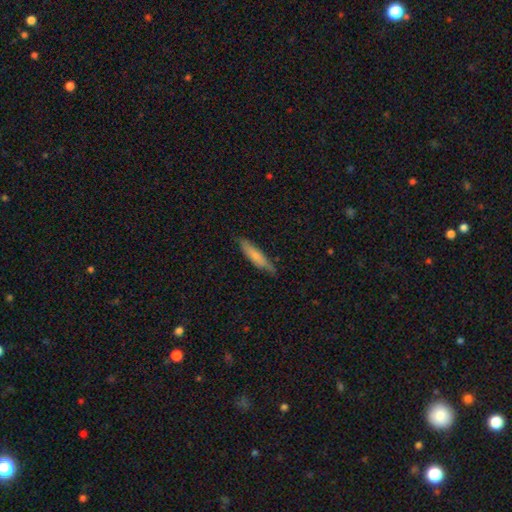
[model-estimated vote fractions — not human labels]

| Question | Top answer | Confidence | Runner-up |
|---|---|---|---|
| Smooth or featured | smooth | 71% | featured or disk (23%) |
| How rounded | cigar-shaped | 80% | in between (19%) |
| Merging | none | 80% | minor disturbance (16%) |